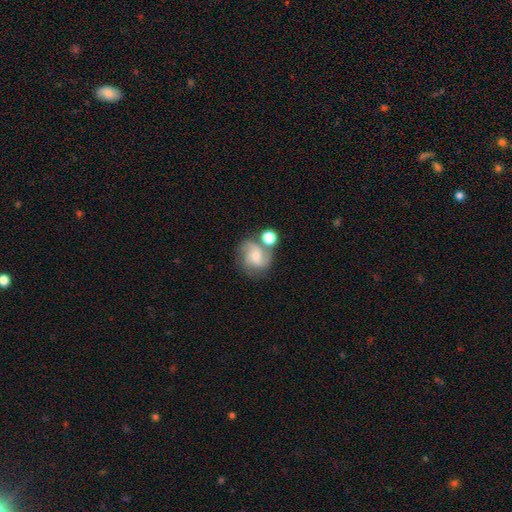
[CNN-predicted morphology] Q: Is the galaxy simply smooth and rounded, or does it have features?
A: featured or disk — 58%.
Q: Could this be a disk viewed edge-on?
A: no — 98%.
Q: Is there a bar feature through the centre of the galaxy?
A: no — 58%.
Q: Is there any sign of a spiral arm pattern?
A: yes — 89%.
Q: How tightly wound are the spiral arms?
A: medium — 49%.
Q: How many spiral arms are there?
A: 3 — 40%.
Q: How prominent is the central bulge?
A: small — 41%.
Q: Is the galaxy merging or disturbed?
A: none — 44%.